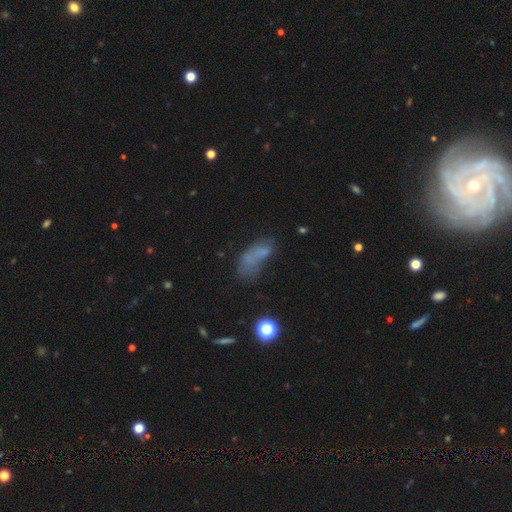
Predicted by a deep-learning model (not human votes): smooth_or_featured: smooth (p=0.55) [alt: featured or disk p=0.24]
how_rounded: in between (p=0.74) [alt: cigar-shaped p=0.18]
merging: major disturbance (p=0.30) [alt: none p=0.29]